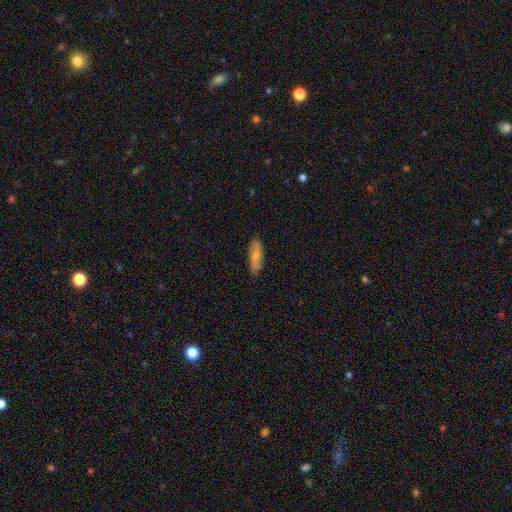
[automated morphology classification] smooth 63%, featured or disk 31%, star or artifact 6%. Down the decision tree: how rounded — in between (54%); merging — none (85%).